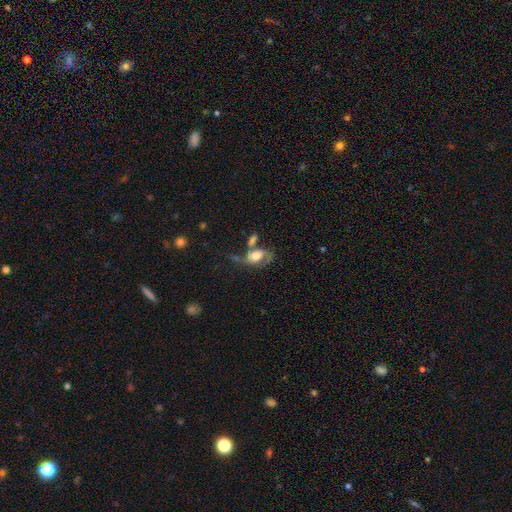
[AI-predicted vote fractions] smooth_or_featured: featured or disk (p=0.53) [alt: smooth p=0.38]
disk_edge_on: no (p=0.94) [alt: yes p=0.06]
merging: none (p=0.29) [alt: merger p=0.28]